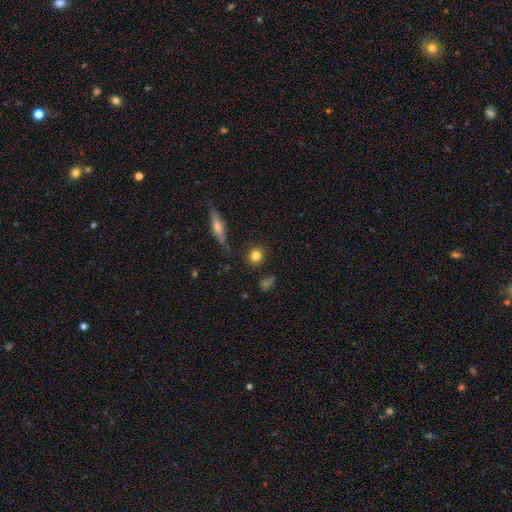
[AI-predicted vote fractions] The model was most divided on "how rounded": round: 81%, in between: 16%, cigar-shaped: 3%. More confident: merging — none (85%); smooth or featured — smooth (80%).